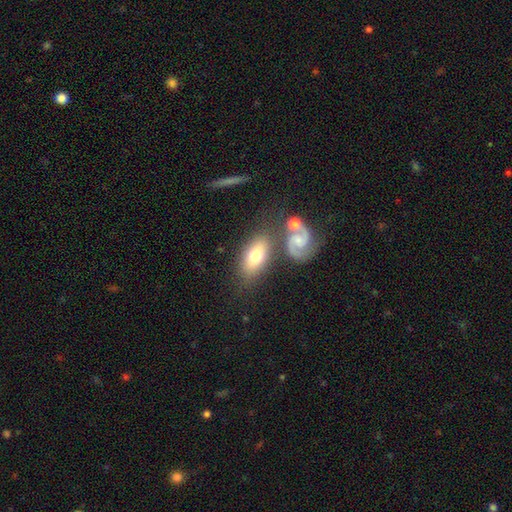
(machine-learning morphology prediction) Smooth or featured? smooth (60%)
How rounded? in between (85%)
Merging? none (67%)